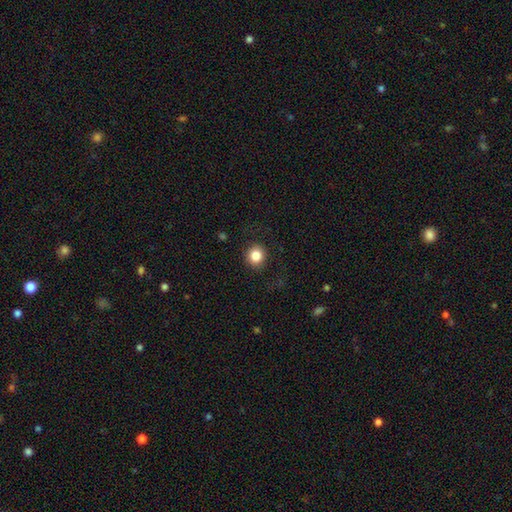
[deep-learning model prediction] This is clearly a smooth galaxy (84%). How rounded: clearly round (89%). Merging: clearly none (89%).